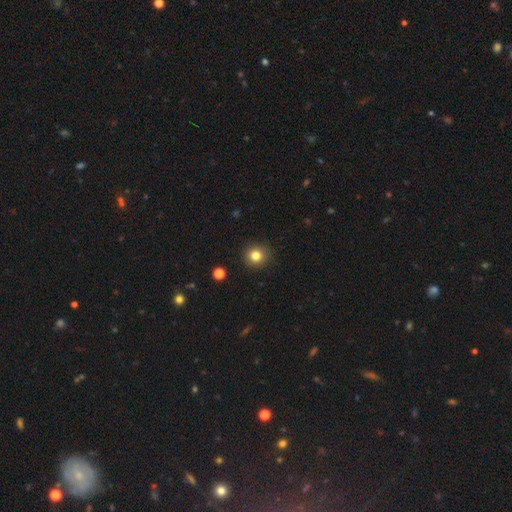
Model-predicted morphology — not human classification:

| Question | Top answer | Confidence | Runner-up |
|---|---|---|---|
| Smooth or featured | smooth | 81% | star or artifact (13%) |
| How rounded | round | 90% | in between (9%) |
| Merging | none | 91% | minor disturbance (6%) |